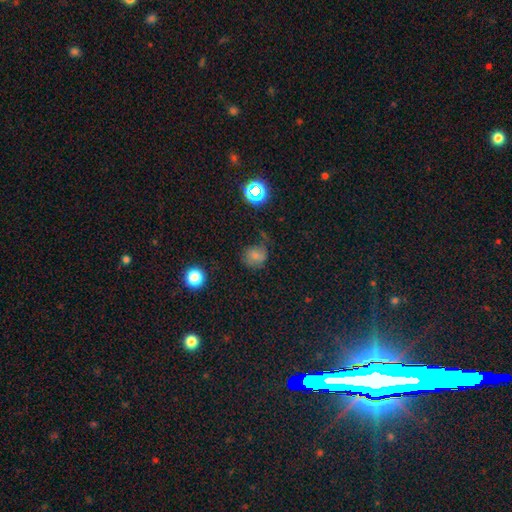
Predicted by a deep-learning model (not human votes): smooth 61%, star or artifact 20%, featured or disk 19%. Down the decision tree: how rounded — round (73%); merging — none (54%).